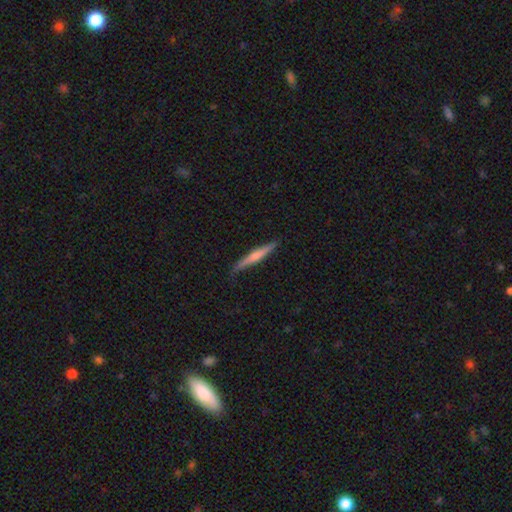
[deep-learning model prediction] Morphology: type=smooth (49%); merging=none (82%).